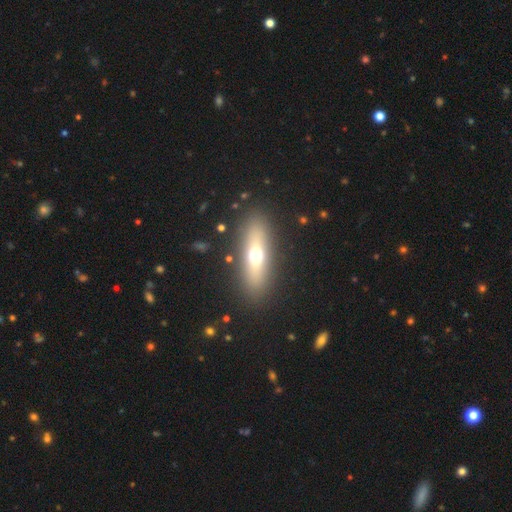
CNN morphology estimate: Smooth or featured: smooth — 56% (featured or disk — 34%)
How rounded: in between — 49% (cigar-shaped — 46%)
Merging: none — 87% (minor disturbance — 8%)